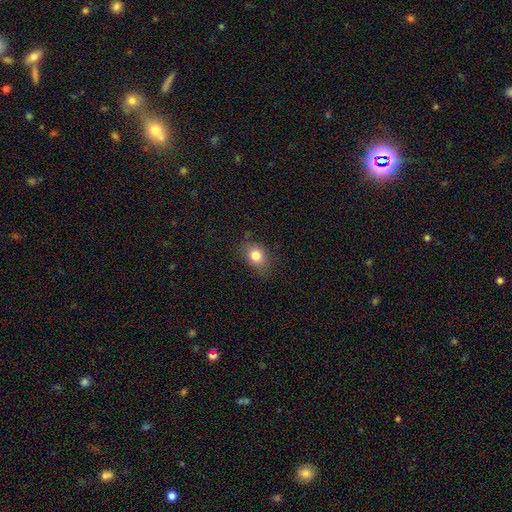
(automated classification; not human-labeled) This appears to be a smooth galaxy with no disk features (81%) that is in between round and cigar-shaped (60%). Merging: none (76%).